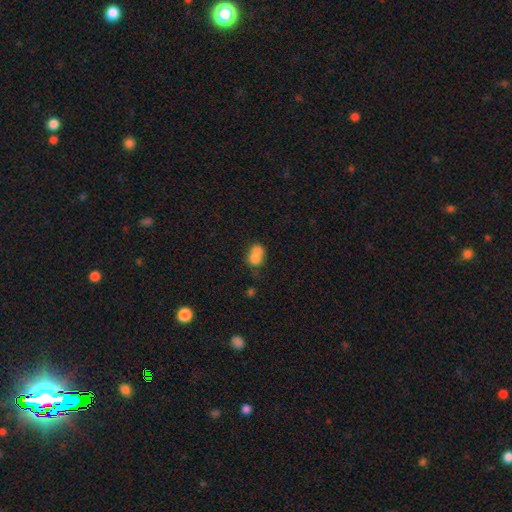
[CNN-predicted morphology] Smooth or featured? Predicted: smooth (p=0.72). How rounded? Predicted: round (p=0.57). Merging? Predicted: merger (p=0.66).